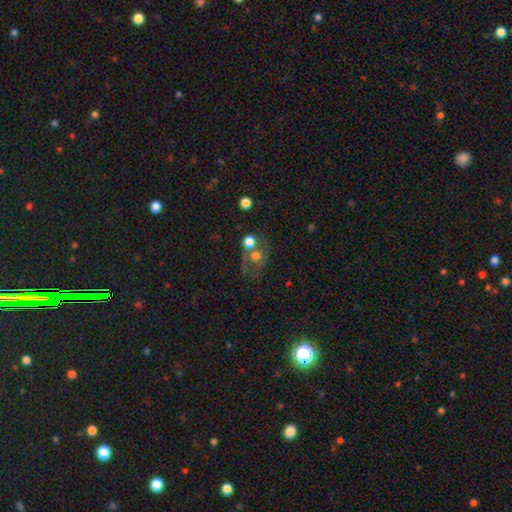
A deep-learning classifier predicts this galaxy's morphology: Smooth or featured? Predicted: smooth (p=0.51). How rounded? Predicted: round (p=0.68). Merging? Predicted: none (p=0.42).